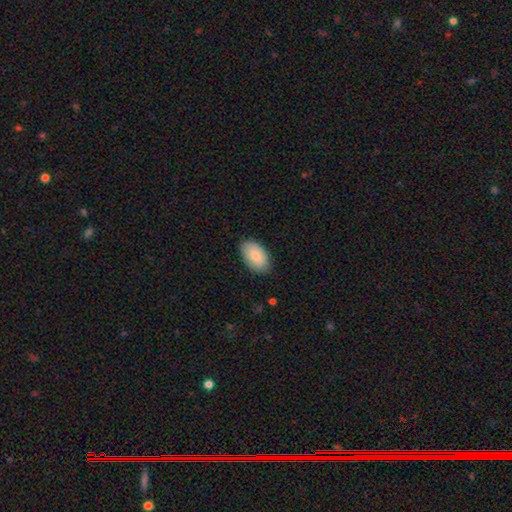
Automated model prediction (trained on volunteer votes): Smooth or featured: smooth — 82% (featured or disk — 12%)
How rounded: in between — 95% (round — 4%)
Merging: none — 85% (minor disturbance — 12%)